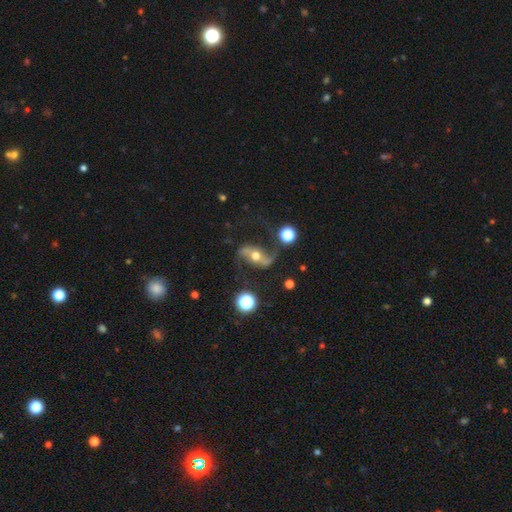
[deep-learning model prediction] A featured or disk galaxy (82%) with no bar (40%), 2 (93%) loose (79%) spiral arms (94%) and a moderate central bulge (71%).

Vote fractions:
- Smooth or featured? featured or disk: 82% / smooth: 10% / star or artifact: 8%
- Edge-on disk? no: 93% / yes: 7%
- Bar? no: 40% / strong: 32% / weak: 28%
- Spiral arms? yes: 94% / no: 6%
- Spiral winding? loose: 79% / medium: 16% / tight: 5%
- Spiral arm count? 2: 93% / 1: 2% / can't tell: 2% / 3: 1% / 4: 1% / more than 4: 1%
- Bulge size? moderate: 71% / small: 16% / large: 10% / dominant: 2% / none: 1%
- Merging? none: 70% / minor disturbance: 16% / major disturbance: 10% / merger: 3%